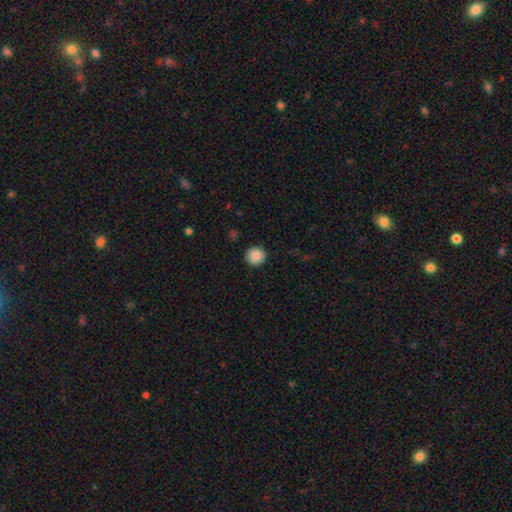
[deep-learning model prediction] smooth-or-featured: smooth: 86% | star or artifact: 8% | featured or disk: 6%
  how-rounded: round: 94% | in between: 5% | cigar-shaped: 1%
  merging: none: 90% | minor disturbance: 7% | major disturbance: 2% | merger: 1%